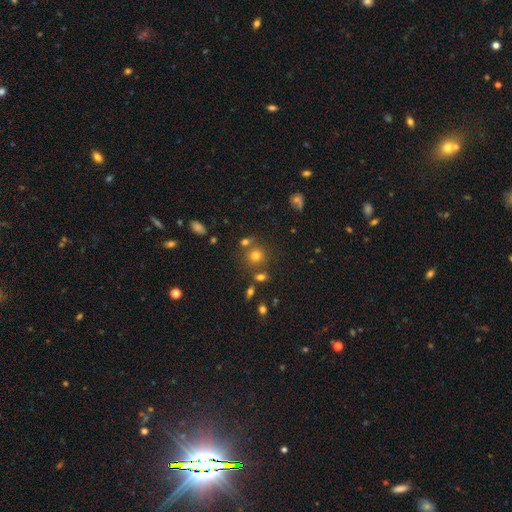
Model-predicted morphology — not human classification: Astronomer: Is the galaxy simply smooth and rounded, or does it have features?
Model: smooth — 70%.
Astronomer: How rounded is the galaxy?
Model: round — 86%.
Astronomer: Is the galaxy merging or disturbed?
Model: none — 71%.